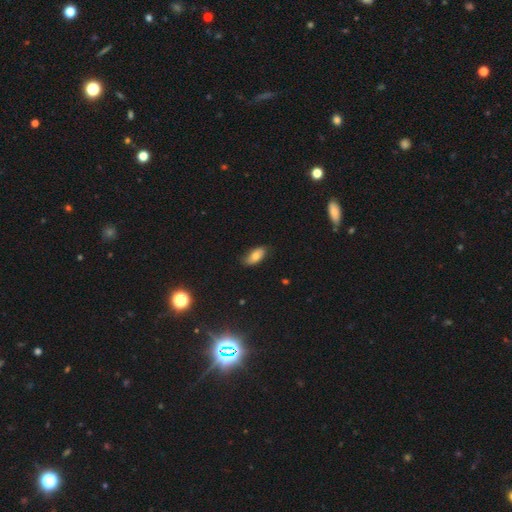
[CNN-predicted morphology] A smooth galaxy with no disk features (73%) that is in between round and cigar-shaped (91%).

Vote fractions:
- Smooth or featured? smooth: 73% / featured or disk: 19% / star or artifact: 9%
- How rounded? in between: 91% / cigar-shaped: 6% / round: 3%
- Merging? none: 73% / minor disturbance: 22% / major disturbance: 4% / merger: 1%